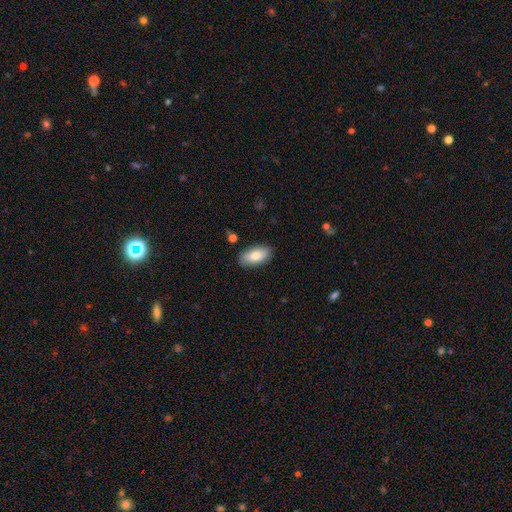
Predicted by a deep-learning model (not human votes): Smooth or featured? smooth (83%)
How rounded? in between (91%)
Merging? none (85%)